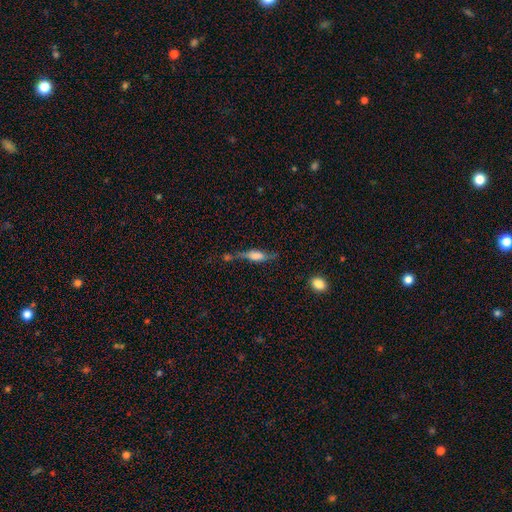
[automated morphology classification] smooth_or_featured: featured or disk (p=0.52) [alt: smooth p=0.39]
disk_edge_on: yes (p=0.84) [alt: no p=0.16]
merging: none (p=0.51) [alt: minor disturbance p=0.23]